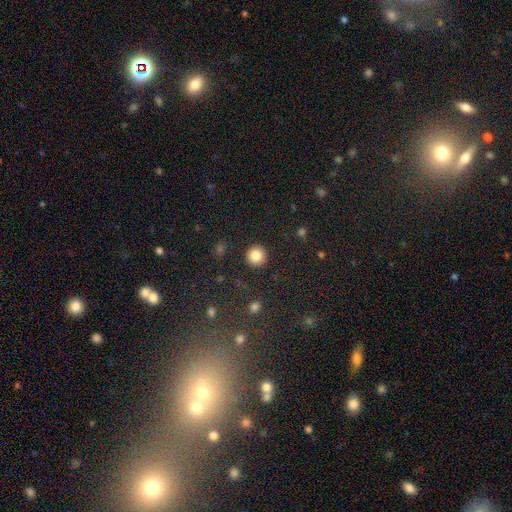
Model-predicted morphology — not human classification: Smooth or featured?
  - smooth: 85% *
  - star or artifact: 10%
  - featured or disk: 6%
How rounded?
  - round: 94% *
  - in between: 5%
  - cigar-shaped: 1%
Merging?
  - none: 92% *
  - minor disturbance: 5%
  - major disturbance: 2%
  - merger: 1%